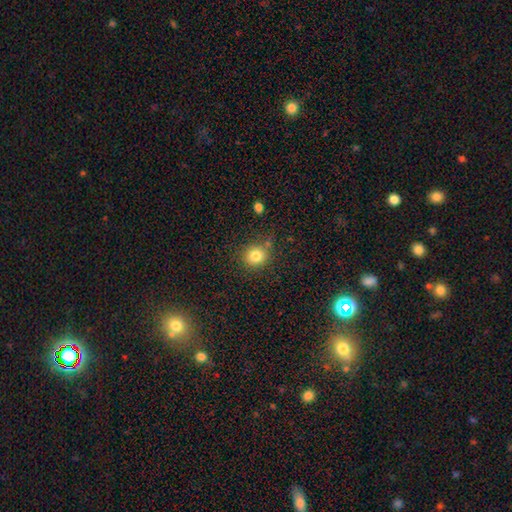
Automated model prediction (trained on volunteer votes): Overall: smooth (82%). How rounded: round (86%). Merging: none (77%).